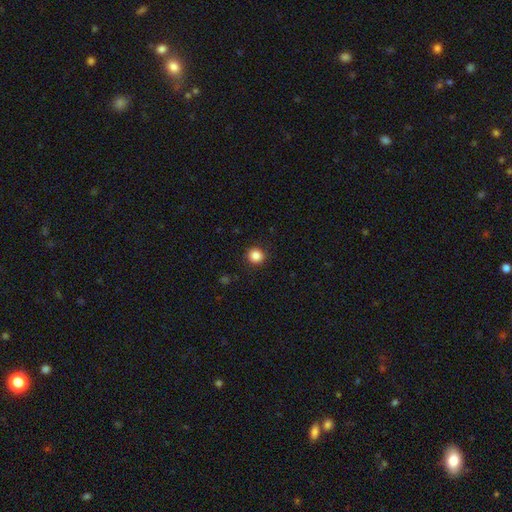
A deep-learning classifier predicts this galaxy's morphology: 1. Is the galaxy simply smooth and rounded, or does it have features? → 86% smooth, 11% star or artifact, 4% featured or disk.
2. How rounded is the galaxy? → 93% round, 6% in between, 1% cigar-shaped.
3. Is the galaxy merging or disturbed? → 92% none, 6% minor disturbance, 2% major disturbance, 1% merger.